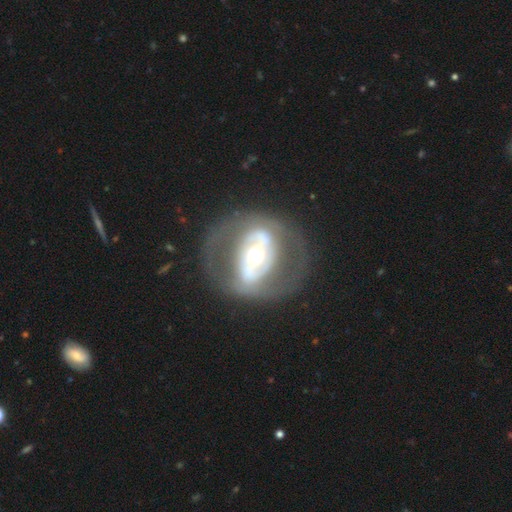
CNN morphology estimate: This appears to be a featured or disk galaxy (73%) with no bar (39%), no spiral arms (62%) and a moderate central bulge (66%). Merging: none (67%).